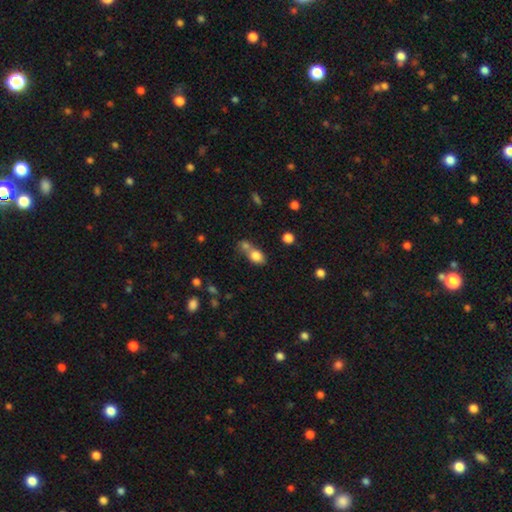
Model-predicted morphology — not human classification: The model was most divided on "merging": merger: 46%, none: 38%, minor disturbance: 11%, major disturbance: 5%. More confident: smooth or featured — smooth (80%); how rounded — in between (68%).